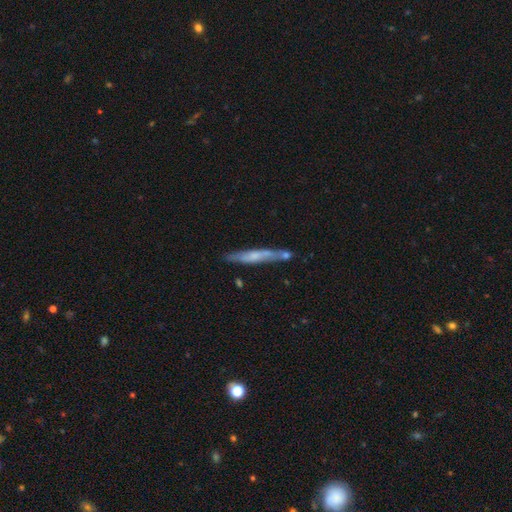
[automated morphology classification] featured or disk 52%, smooth 42%, star or artifact 6%. Down the decision tree: edge-on disk — yes (85%); merging — none (69%).